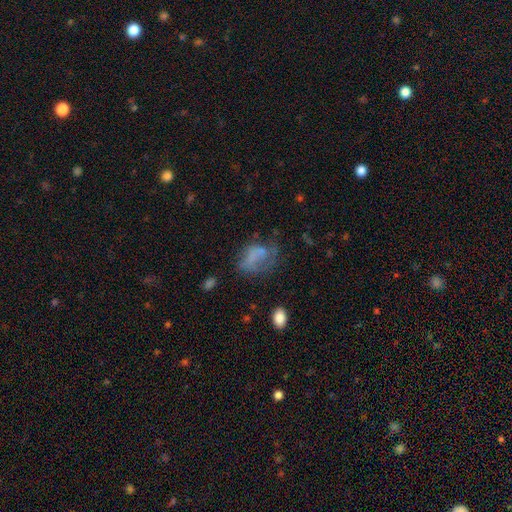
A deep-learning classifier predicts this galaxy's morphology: Smooth or featured? Predicted: smooth (p=0.55). How rounded? Predicted: in between (p=0.75). Merging? Predicted: major disturbance (p=0.36).